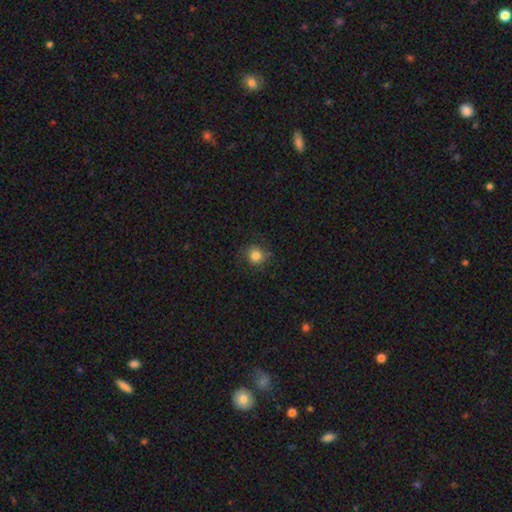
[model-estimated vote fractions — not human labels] smooth 82%, star or artifact 11%, featured or disk 7%. Down the decision tree: how rounded — round (89%); merging — none (77%).